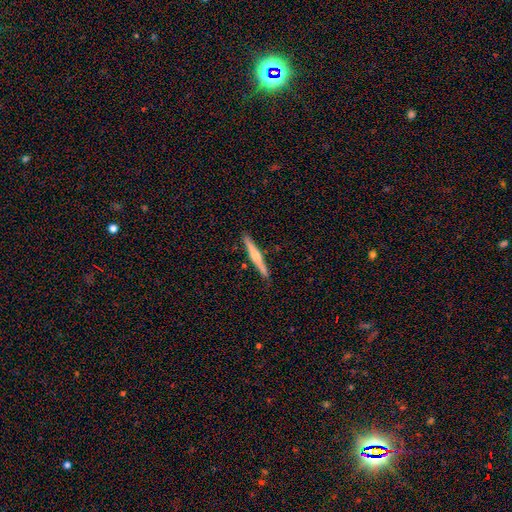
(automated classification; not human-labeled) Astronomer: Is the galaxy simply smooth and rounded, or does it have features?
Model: featured or disk — 56% (runner-up: smooth, 39%).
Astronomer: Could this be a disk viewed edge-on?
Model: yes — 98%.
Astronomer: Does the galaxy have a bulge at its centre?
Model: rounded — 71%.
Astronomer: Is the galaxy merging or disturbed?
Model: none — 89%.